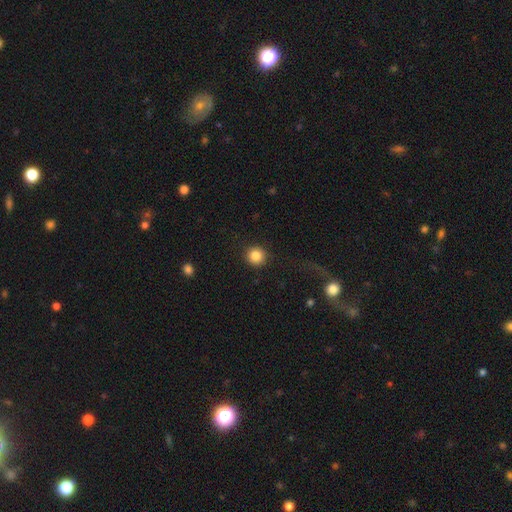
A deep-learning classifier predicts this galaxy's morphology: type=smooth (86%); roundness=round (93%); merging=none (90%).